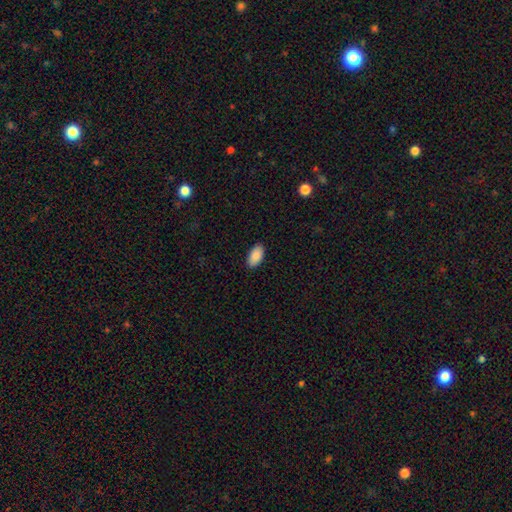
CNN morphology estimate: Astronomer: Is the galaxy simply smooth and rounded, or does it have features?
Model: smooth — 90%.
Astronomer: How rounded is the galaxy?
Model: in between — 95%.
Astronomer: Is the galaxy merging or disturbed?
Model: none — 90%.